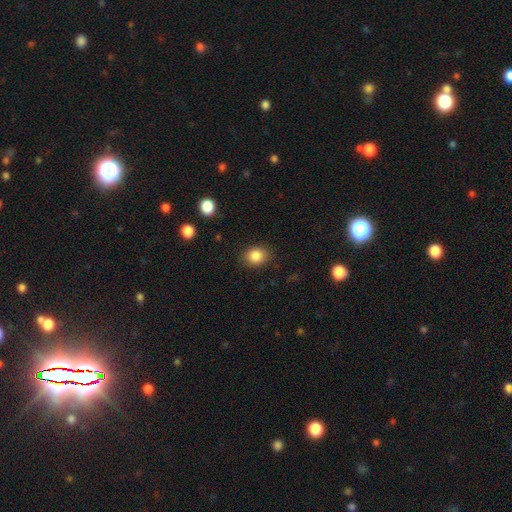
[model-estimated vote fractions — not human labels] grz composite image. It shows a smooth galaxy with no disk features (86%) that is round (58%). Merging: none (85%).